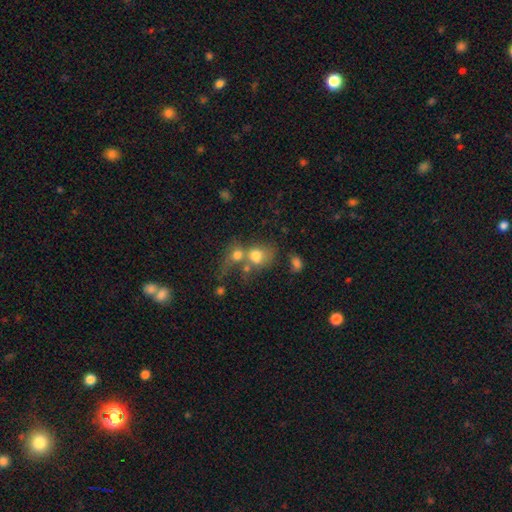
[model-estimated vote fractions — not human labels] This appears to be a smooth galaxy with no disk features (72%) that is round (61%). Merging: merger (60%).